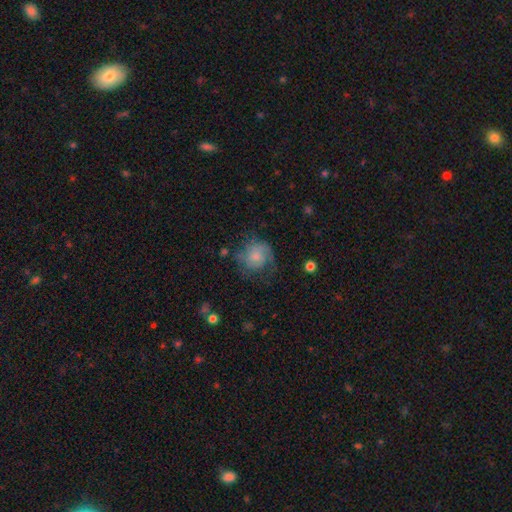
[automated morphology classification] smooth 46% (tied), featured or disk 46% (tied), star or artifact 9%. Down the decision tree: merging — none (52%).